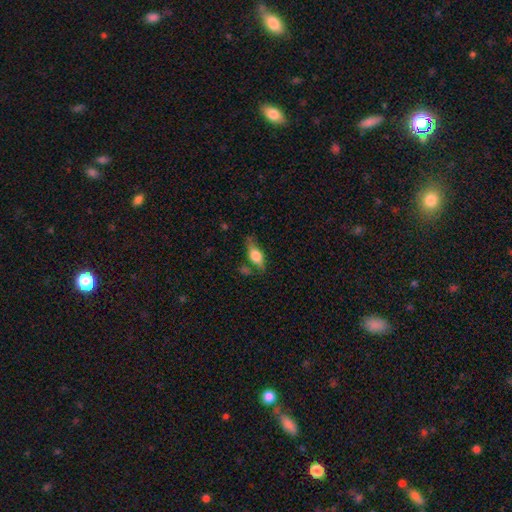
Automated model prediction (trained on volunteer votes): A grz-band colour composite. It shows a smooth galaxy with no disk features (58%) that is in between round and cigar-shaped (71%). Merging: none (61%).